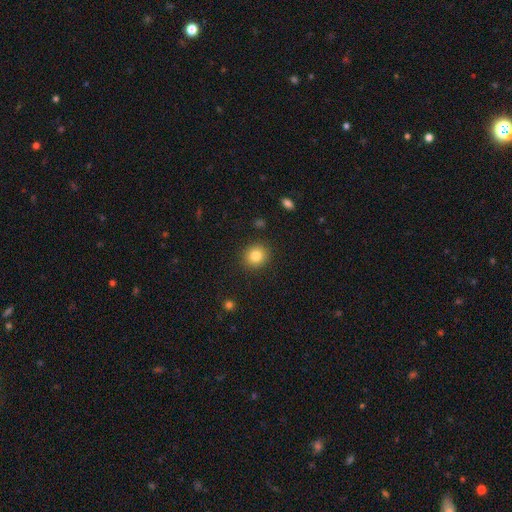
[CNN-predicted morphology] Overall: smooth (83%). How rounded: round (81%). Merging: none (90%).